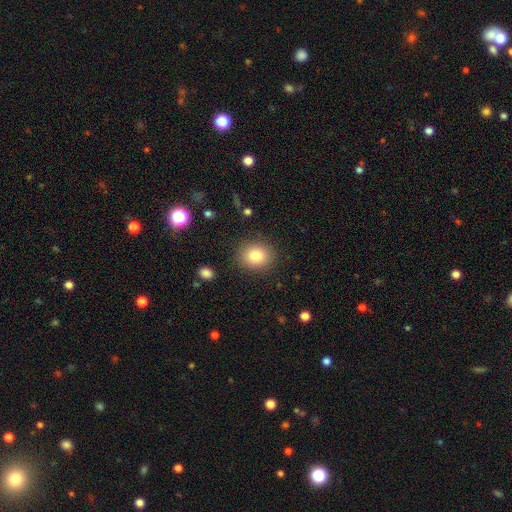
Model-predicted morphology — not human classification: Smooth or featured? smooth (82%)
How rounded? round (67%)
Merging? none (87%)